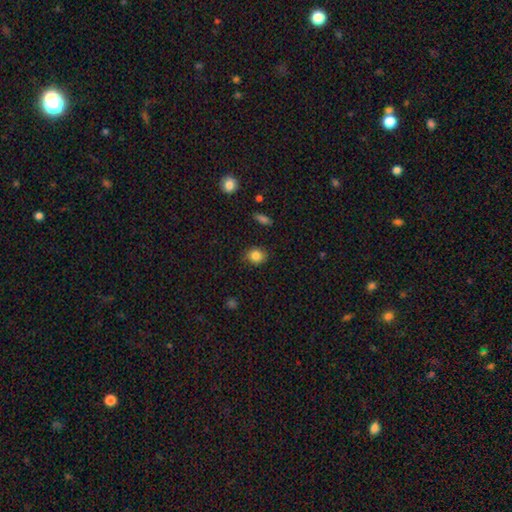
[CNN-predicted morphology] Smooth or featured? Predicted: smooth (p=0.84). How rounded? Predicted: round (p=0.71). Merging? Predicted: none (p=0.85).